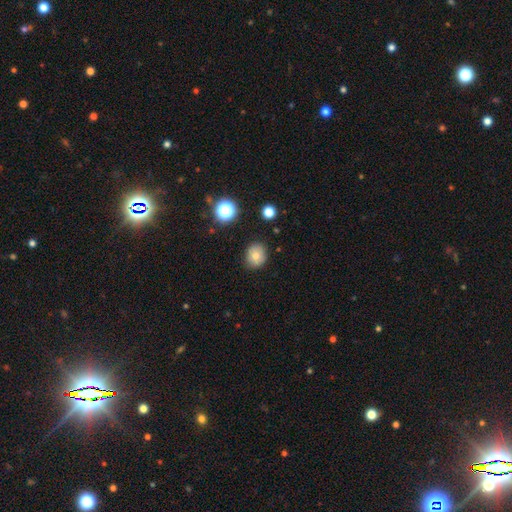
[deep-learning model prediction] The model was most divided on "how rounded": round: 71%, in between: 28%, cigar-shaped: 1%. More confident: merging — none (85%); smooth or featured — smooth (76%).